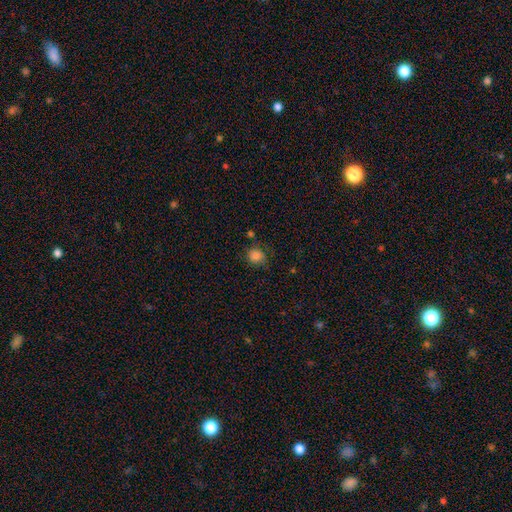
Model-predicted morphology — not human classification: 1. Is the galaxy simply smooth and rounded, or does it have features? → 84% smooth, 11% star or artifact, 5% featured or disk.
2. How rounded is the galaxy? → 82% round, 18% in between, 1% cigar-shaped.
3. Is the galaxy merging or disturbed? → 74% none, 18% minor disturbance, 4% major disturbance, 4% merger.